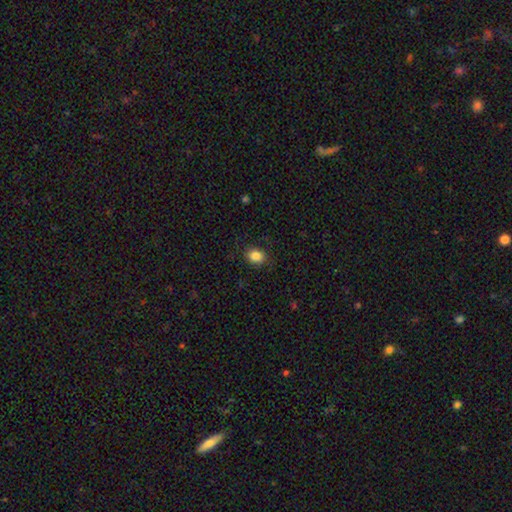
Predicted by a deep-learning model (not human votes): A smooth galaxy with no disk features (86%) that is in between round and cigar-shaped (54%). Merging: none (85%).